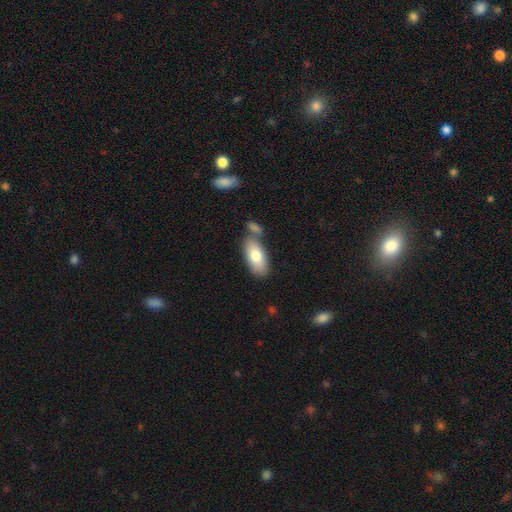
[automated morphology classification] smooth 78%, featured or disk 16%, star or artifact 6%. Down the decision tree: how rounded — in between (89%); merging — none (61%).